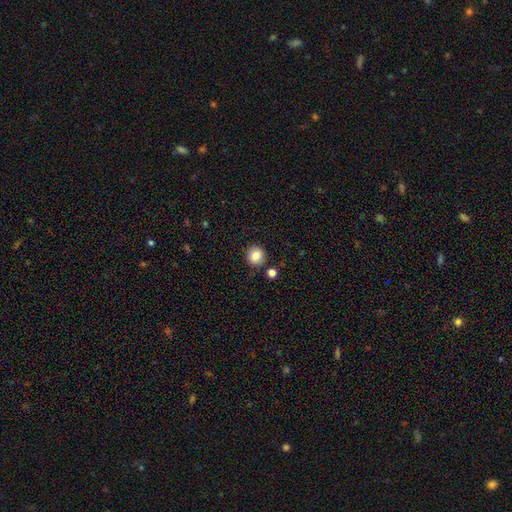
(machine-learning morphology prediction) Smooth or featured? smooth (85%)
How rounded? round (92%)
Merging? none (87%)